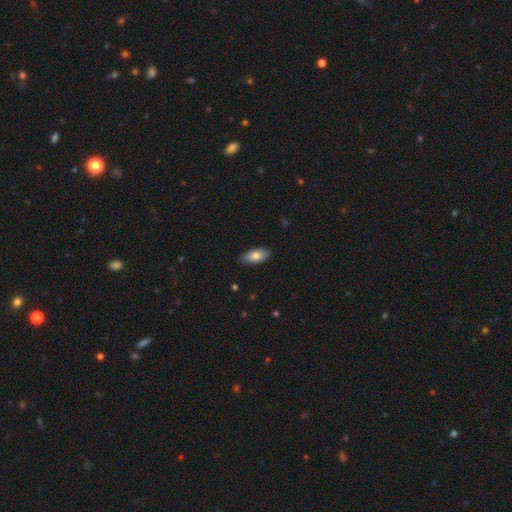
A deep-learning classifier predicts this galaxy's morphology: smooth_or_featured: smooth (p=0.80) [alt: featured or disk p=0.13]
how_rounded: in between (p=0.89) [alt: cigar-shaped p=0.08]
merging: none (p=0.85) [alt: minor disturbance p=0.12]